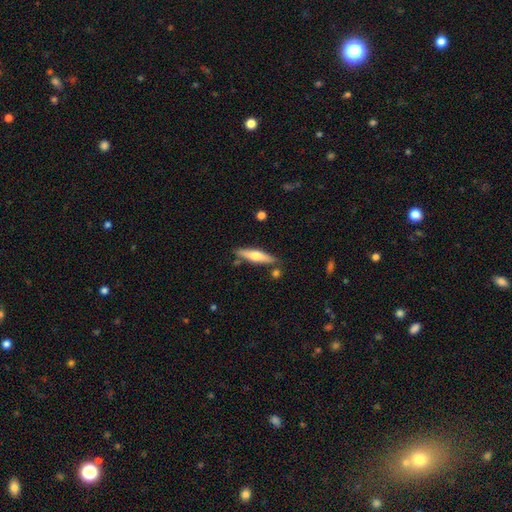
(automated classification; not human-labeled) smooth-or-featured: smooth: 49% | featured or disk: 45% | star or artifact: 6%
  merging: none: 81% | minor disturbance: 11% | merger: 5% | major disturbance: 2%